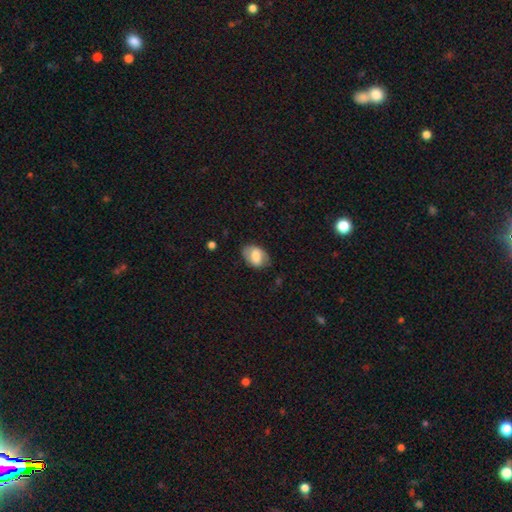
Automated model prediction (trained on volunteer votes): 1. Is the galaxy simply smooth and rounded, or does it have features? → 68% smooth, 25% featured or disk, 7% star or artifact.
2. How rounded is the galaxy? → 83% in between, 15% round, 1% cigar-shaped.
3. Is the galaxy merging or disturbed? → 71% none, 21% minor disturbance, 7% major disturbance, 1% merger.